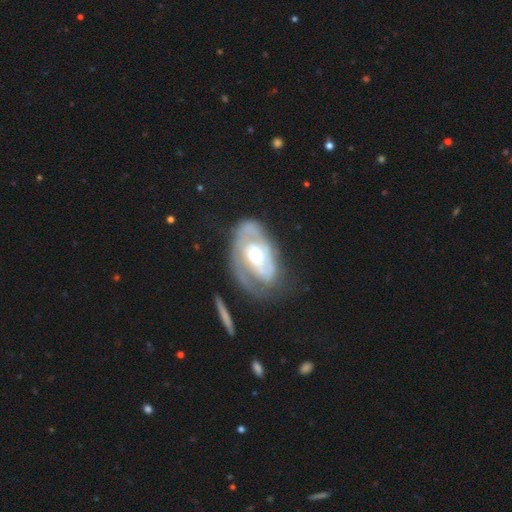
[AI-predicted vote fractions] A featured or disk galaxy (83%) with no bar (62%), 2 (45%) tight (57%) spiral arms (90%) and a moderate central bulge (68%).

Vote fractions:
- Smooth or featured? featured or disk: 83% / smooth: 12% / star or artifact: 5%
- Edge-on disk? no: 96% / yes: 4%
- Bar? no: 62% / weak: 28% / strong: 10%
- Spiral arms? yes: 90% / no: 10%
- Spiral winding? tight: 57% / medium: 32% / loose: 11%
- Spiral arm count? 2: 45% / can't tell: 25% / 1: 15% / 3: 10% / 4: 3% / more than 4: 3%
- Bulge size? moderate: 68% / small: 22% / large: 8% / dominant: 1% / none: 1%
- Merging? none: 55% / minor disturbance: 24% / major disturbance: 17% / merger: 4%